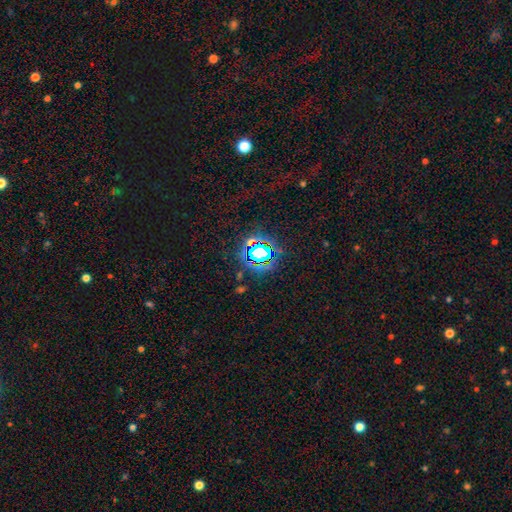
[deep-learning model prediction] Smooth or featured? Predicted: star or artifact (p=0.69).